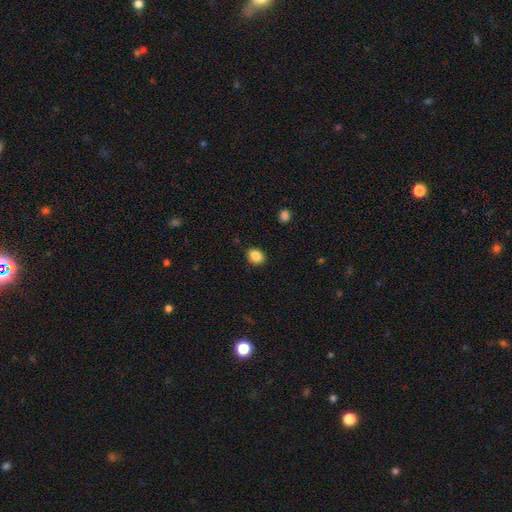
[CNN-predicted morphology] type=smooth (87%); roundness=in between (64%); merging=none (83%).